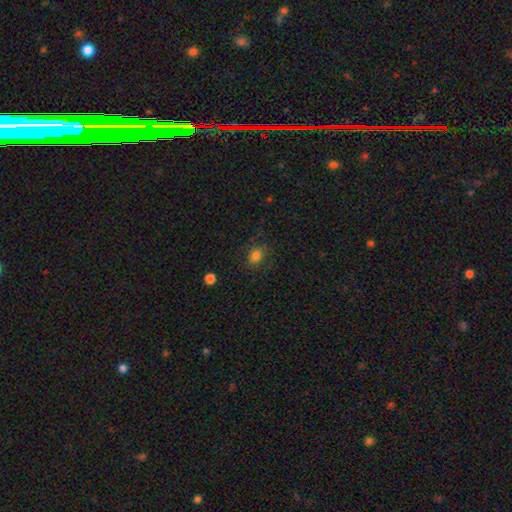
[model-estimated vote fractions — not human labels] Smooth or featured? smooth (77%)
How rounded? in between (68%)
Merging? none (71%)